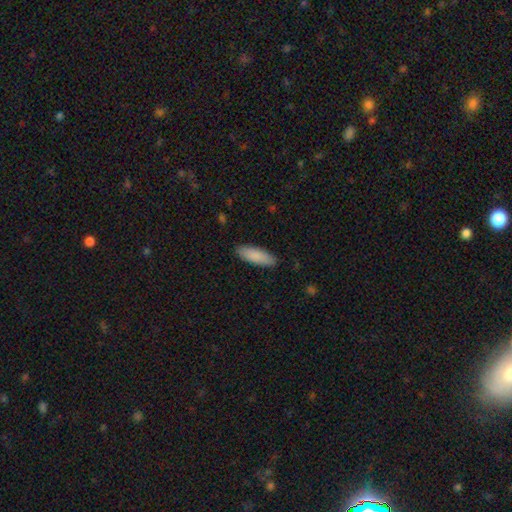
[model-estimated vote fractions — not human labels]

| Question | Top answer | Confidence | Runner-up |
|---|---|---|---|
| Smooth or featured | smooth | 87% | featured or disk (8%) |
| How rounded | in between | 60% | cigar-shaped (39%) |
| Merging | none | 88% | minor disturbance (10%) |